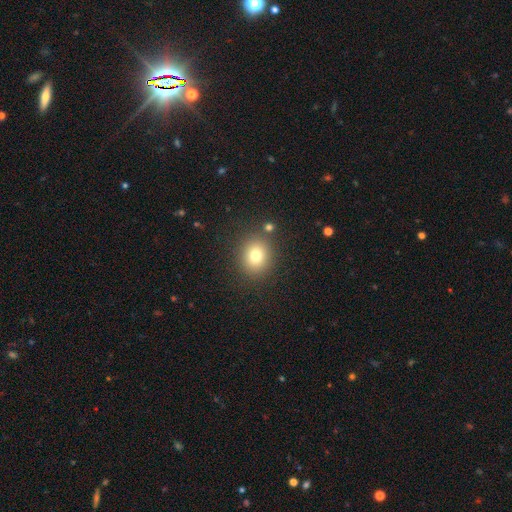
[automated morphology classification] smooth_or_featured: smooth (p=0.76) [alt: star or artifact p=0.14]
how_rounded: round (p=0.76) [alt: in between p=0.23]
merging: none (p=0.84) [alt: minor disturbance p=0.08]